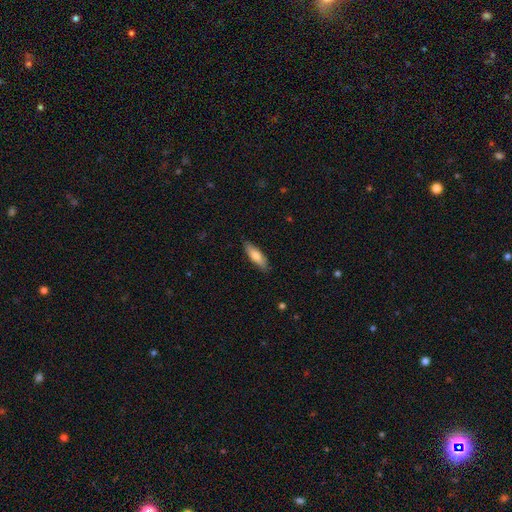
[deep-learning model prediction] Smooth or featured?
  - smooth: 74% *
  - featured or disk: 21%
  - star or artifact: 6%
How rounded?
  - cigar-shaped: 55% *
  - in between: 43%
  - round: 2%
Merging?
  - none: 87% *
  - minor disturbance: 10%
  - major disturbance: 2%
  - merger: 1%